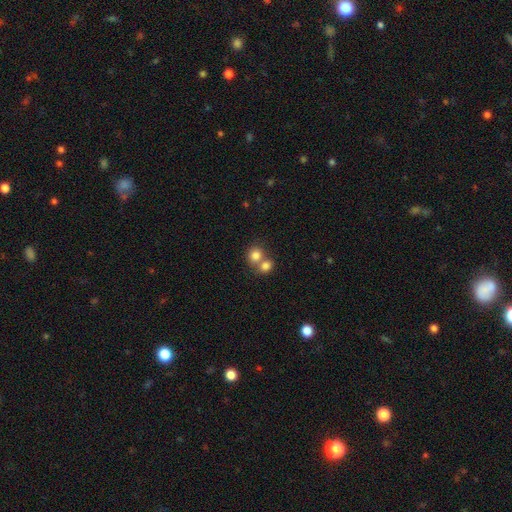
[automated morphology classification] The model was most divided on "merging": merger: 56%, none: 35%, minor disturbance: 6%, major disturbance: 3%. More confident: smooth or featured — smooth (80%); how rounded — round (75%).